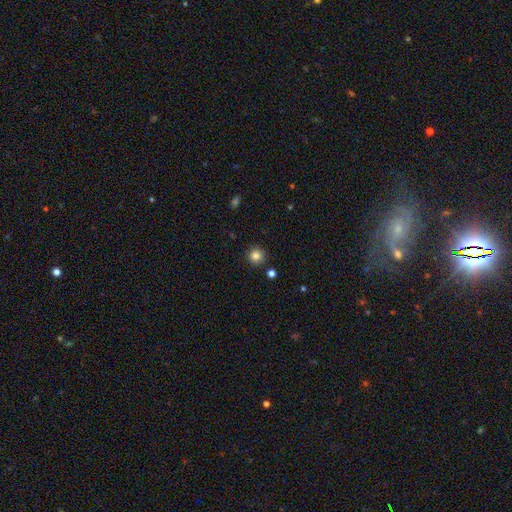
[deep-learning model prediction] A smooth galaxy with no disk features (84%) that is round (94%).

Vote fractions:
- Smooth or featured? smooth: 84% / star or artifact: 11% / featured or disk: 5%
- How rounded? round: 94% / in between: 5% / cigar-shaped: 1%
- Merging? none: 89% / minor disturbance: 6% / merger: 3% / major disturbance: 2%